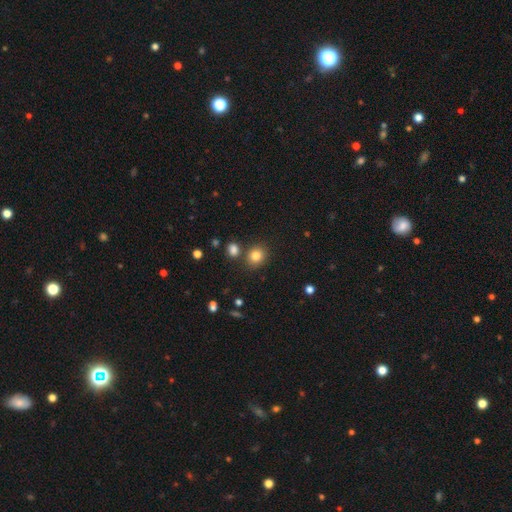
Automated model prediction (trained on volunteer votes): Smooth or featured: smooth — 82% (star or artifact — 12%)
How rounded: round — 76% (in between — 23%)
Merging: none — 78% (merger — 10%)